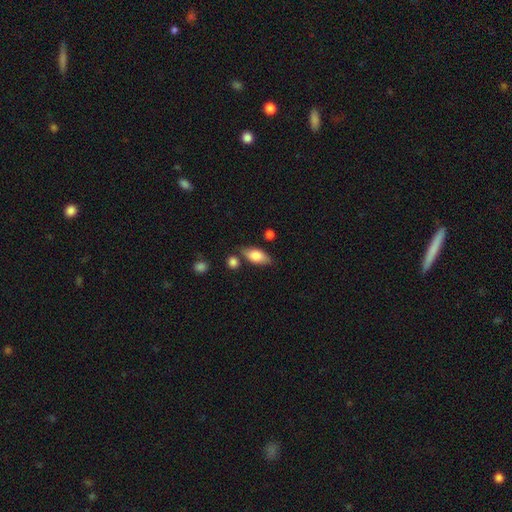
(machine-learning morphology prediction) Smooth or featured? smooth (75%)
How rounded? in between (84%)
Merging? none (73%)